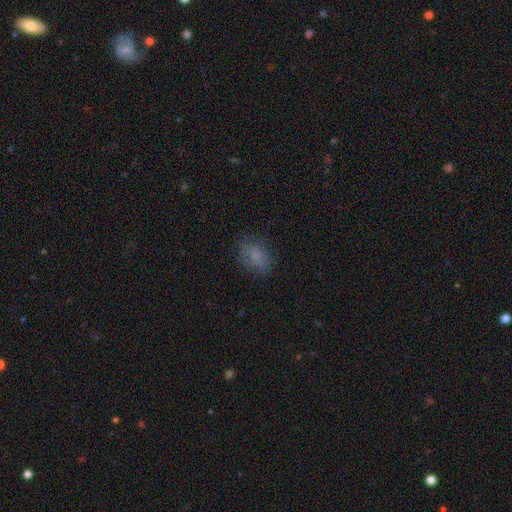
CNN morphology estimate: A smooth galaxy with no disk features (78%) that is in between round and cigar-shaped (80%).

Vote fractions:
- Smooth or featured? smooth: 78% / star or artifact: 11% / featured or disk: 11%
- How rounded? in between: 80% / round: 18% / cigar-shaped: 2%
- Merging? none: 75% / minor disturbance: 17% / major disturbance: 6% / merger: 1%